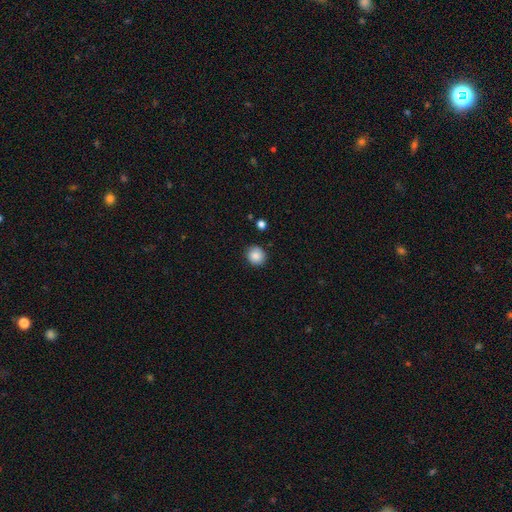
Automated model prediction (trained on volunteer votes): This is clearly a smooth galaxy (86%). How rounded: clearly round (86%). Merging: clearly none (86%).